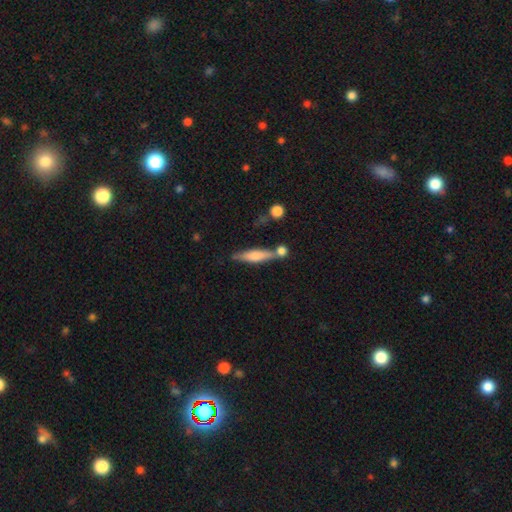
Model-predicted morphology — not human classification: Smooth or featured? Predicted: smooth (p=0.56). How rounded? Predicted: cigar-shaped (p=0.80). Merging? Predicted: none (p=0.65).